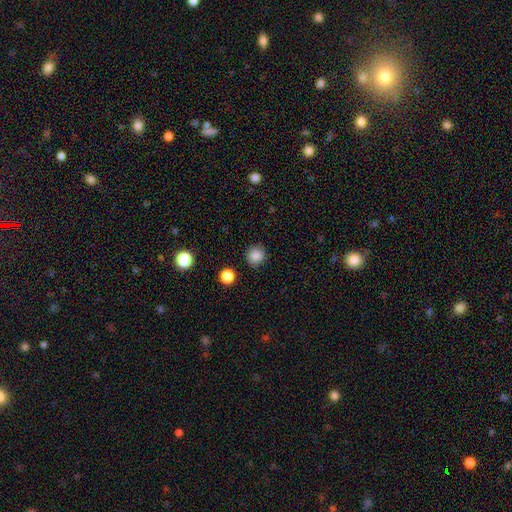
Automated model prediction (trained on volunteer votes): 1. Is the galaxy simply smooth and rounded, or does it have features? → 85% smooth, 11% star or artifact, 4% featured or disk.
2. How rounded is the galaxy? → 92% round, 7% in between, 1% cigar-shaped.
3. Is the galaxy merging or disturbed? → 88% none, 8% minor disturbance, 2% major disturbance, 2% merger.